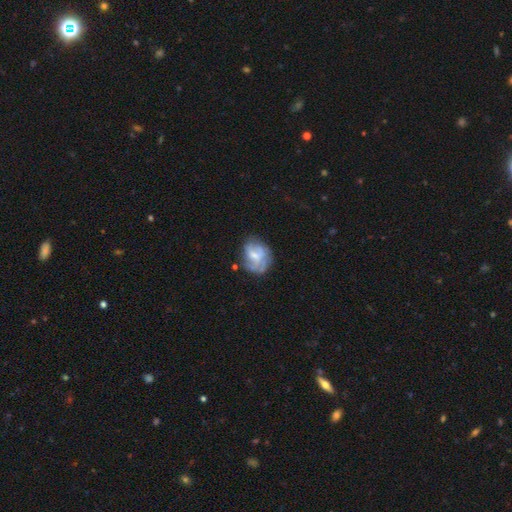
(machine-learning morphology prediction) A featured or disk galaxy (60%) with no bar (54%), spiral arms (64%) and a small central bulge (44%).

Vote fractions:
- Smooth or featured? featured or disk: 60% / smooth: 32% / star or artifact: 8%
- Edge-on disk? no: 98% / yes: 2%
- Bar? no: 54% / weak: 39% / strong: 7%
- Spiral arms? yes: 64% / no: 36%
- Bulge size? small: 44% / moderate: 37% / none: 15% / large: 3% / dominant: 1%
- Merging? none: 52% / minor disturbance: 26% / major disturbance: 18% / merger: 4%